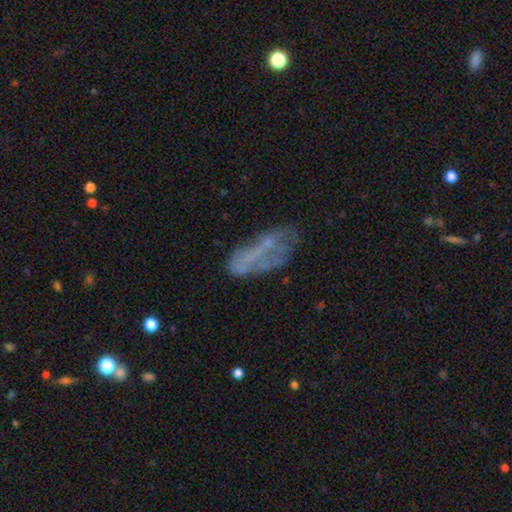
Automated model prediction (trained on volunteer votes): Morphology: type=featured or disk (47%); merging=none (48%).